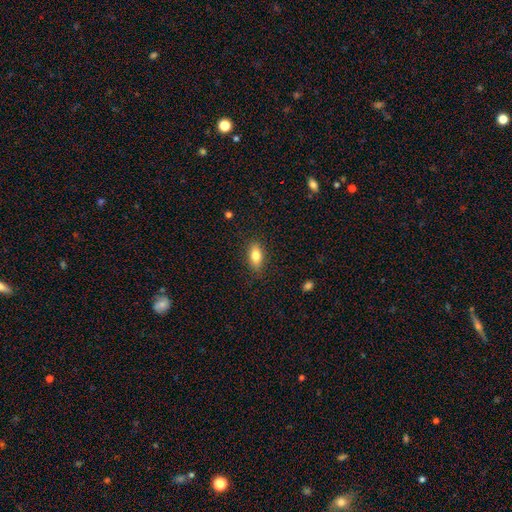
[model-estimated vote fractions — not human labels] Smooth or featured?
  - smooth: 78% *
  - featured or disk: 14%
  - star or artifact: 8%
How rounded?
  - in between: 83% *
  - cigar-shaped: 11%
  - round: 6%
Merging?
  - none: 86% *
  - minor disturbance: 10%
  - major disturbance: 3%
  - merger: 1%